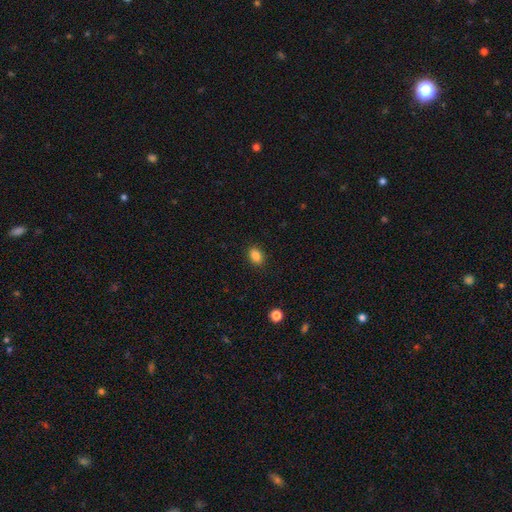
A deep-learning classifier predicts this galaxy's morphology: A smooth galaxy with no disk features (85%) that is in between round and cigar-shaped (72%). Merging: none (89%).